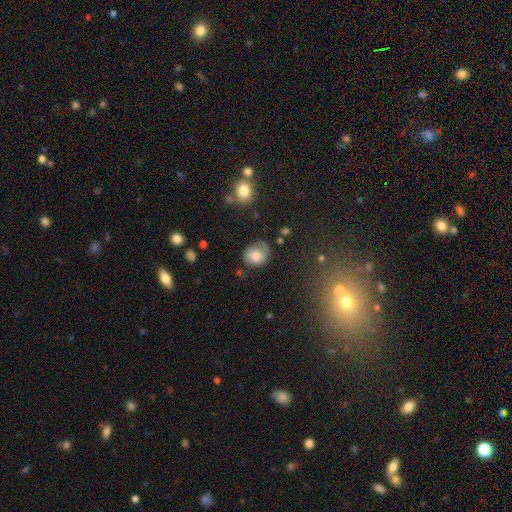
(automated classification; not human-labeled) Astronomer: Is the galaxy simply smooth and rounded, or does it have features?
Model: smooth — 64%.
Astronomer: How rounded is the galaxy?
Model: round — 60% (runner-up: in between, 39%).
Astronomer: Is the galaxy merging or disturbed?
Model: none — 46% (runner-up: minor disturbance, 32%).